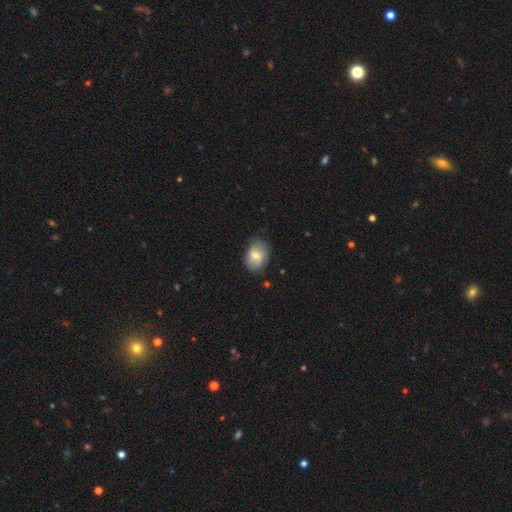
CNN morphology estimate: The model was most divided on "smooth or featured": smooth: 66%, featured or disk: 27%, star or artifact: 7%. More confident: how rounded — in between (75%); merging — none (71%).